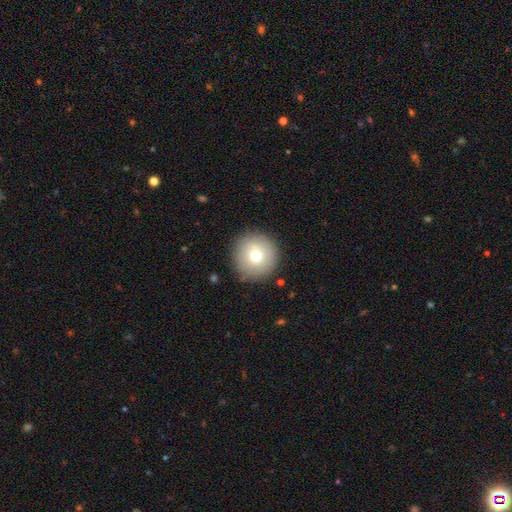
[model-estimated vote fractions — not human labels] A smooth galaxy with no disk features (73%) that is round (96%). Merging: none (90%).